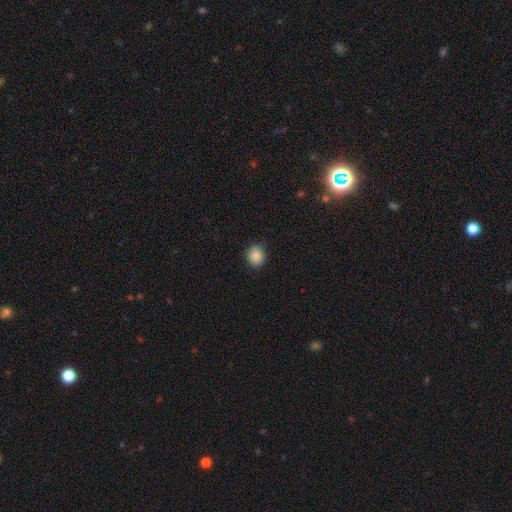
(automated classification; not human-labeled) Overall: smooth (87%). How rounded: round (70%). Merging: none (86%).